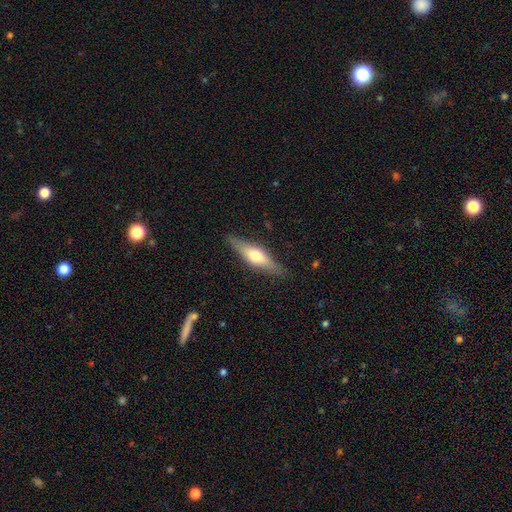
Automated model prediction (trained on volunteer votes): featured or disk 50%, smooth 44%, star or artifact 6%. Down the decision tree: edge-on disk — yes (88%); merging — none (85%).